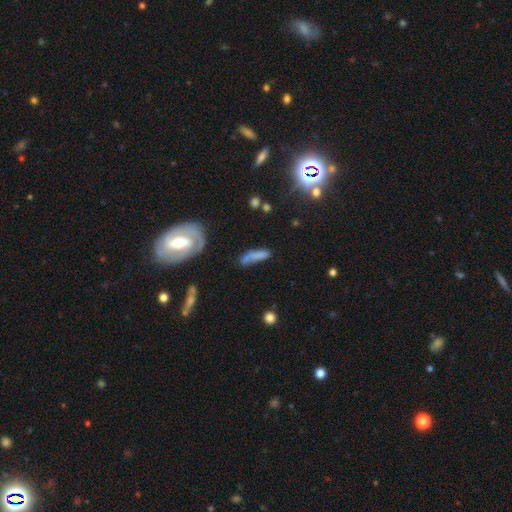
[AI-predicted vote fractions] Smooth or featured? smooth (64%)
How rounded? cigar-shaped (67%)
Merging? none (49%)